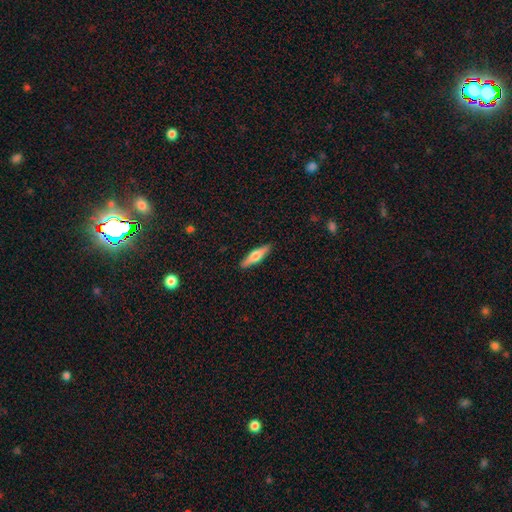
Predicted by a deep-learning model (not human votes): Smooth or featured: featured or disk — 48% (smooth — 47%)
Merging: none — 90% (minor disturbance — 7%)